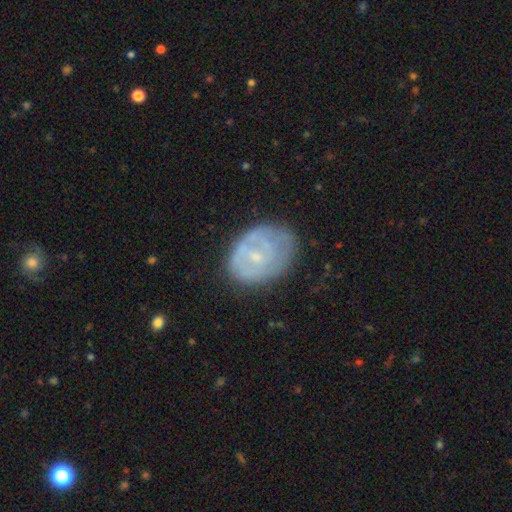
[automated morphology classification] featured or disk 57%, smooth 35%, star or artifact 8%. Down the decision tree: edge-on disk — no (96%); bar — no (66%); spiral arms — no (53%); bulge size — small (71%); merging — none (59%).